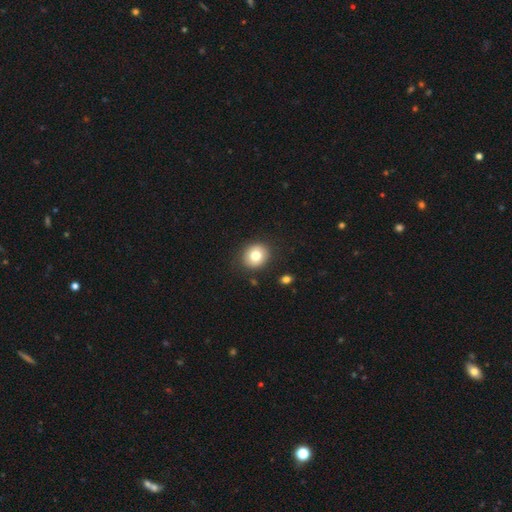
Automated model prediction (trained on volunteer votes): A smooth galaxy with no disk features (78%) that is round (78%). Merging: none (88%).